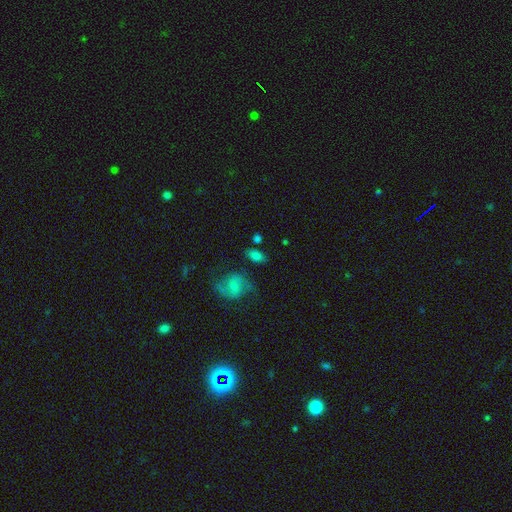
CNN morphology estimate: Smooth or featured? Predicted: smooth (p=0.69). How rounded? Predicted: in between (p=0.86). Merging? Predicted: none (p=0.71).